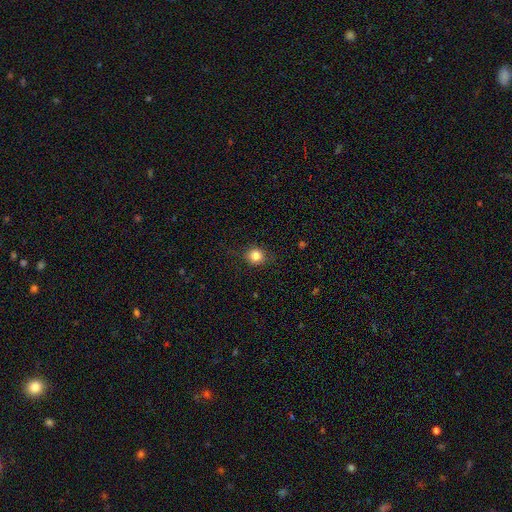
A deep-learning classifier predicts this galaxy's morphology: The model was most divided on "how rounded": round: 83%, in between: 16%, cigar-shaped: 1%. More confident: smooth or featured — smooth (83%); merging — none (81%).